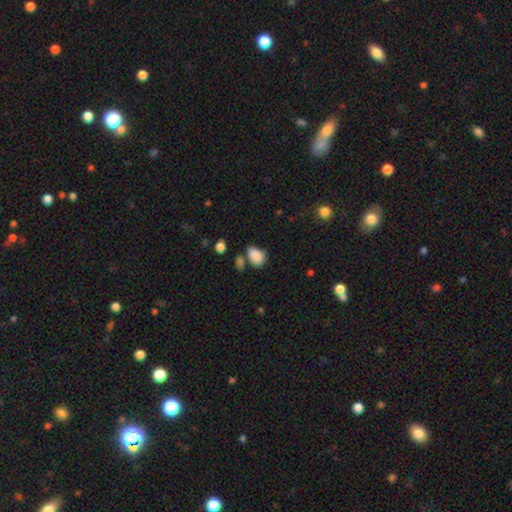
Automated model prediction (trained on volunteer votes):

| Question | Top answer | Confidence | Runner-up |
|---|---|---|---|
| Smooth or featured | smooth | 85% | star or artifact (9%) |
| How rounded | in between | 80% | round (18%) |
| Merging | none | 49% | minor disturbance (25%) |